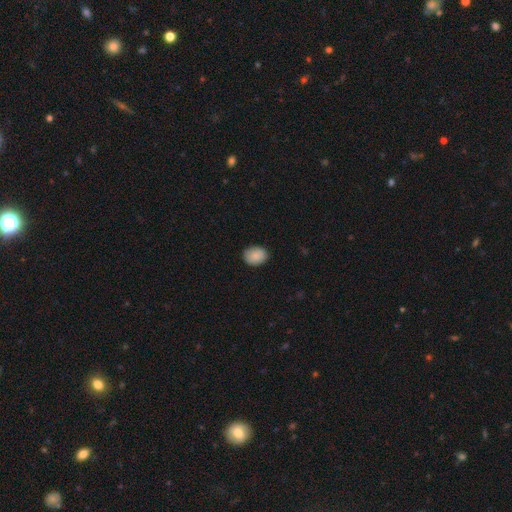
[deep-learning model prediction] Smooth or featured? Predicted: smooth (p=0.88). How rounded? Predicted: in between (p=0.62). Merging? Predicted: none (p=0.85).